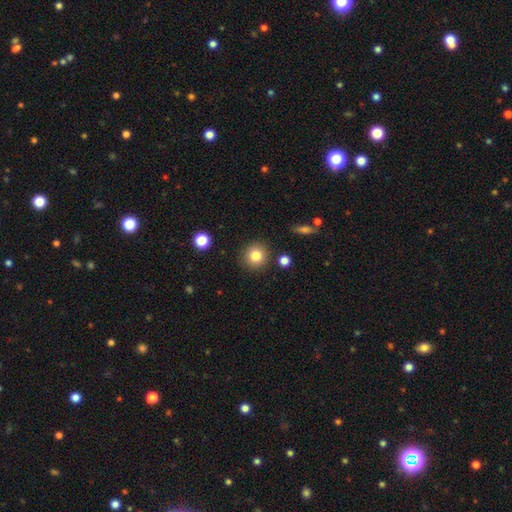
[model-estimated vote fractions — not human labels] smooth-or-featured: smooth: 83% | star or artifact: 10% | featured or disk: 7%
  how-rounded: round: 91% | in between: 8% | cigar-shaped: 1%
  merging: none: 87% | minor disturbance: 8% | merger: 3% | major disturbance: 3%